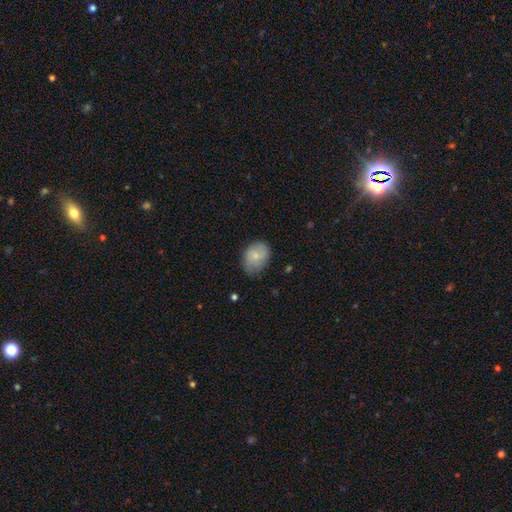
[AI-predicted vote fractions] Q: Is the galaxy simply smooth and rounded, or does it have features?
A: smooth — 64%.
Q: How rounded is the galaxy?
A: in between — 61%.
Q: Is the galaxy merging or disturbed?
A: none — 66%.